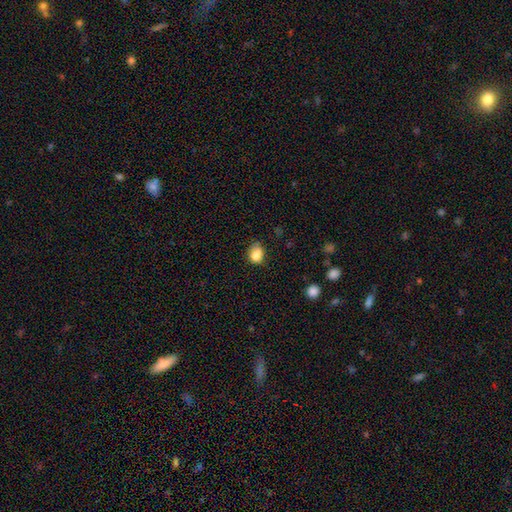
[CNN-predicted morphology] Smooth or featured? Predicted: smooth (p=0.81). How rounded? Predicted: in between (p=0.54). Merging? Predicted: none (p=0.47).